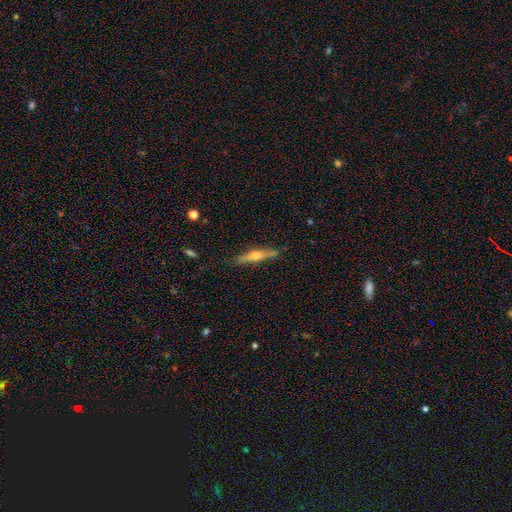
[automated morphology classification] A featured or disk galaxy (60%) viewed edge-on (96%) with a rounded central bulge (87%).

Vote fractions:
- Smooth or featured? featured or disk: 60% / smooth: 33% / star or artifact: 6%
- Edge-on disk? yes: 96% / no: 4%
- Edge-on bulge? rounded: 87% / none: 7% / boxy: 6%
- Merging? none: 84% / minor disturbance: 12% / major disturbance: 2% / merger: 2%